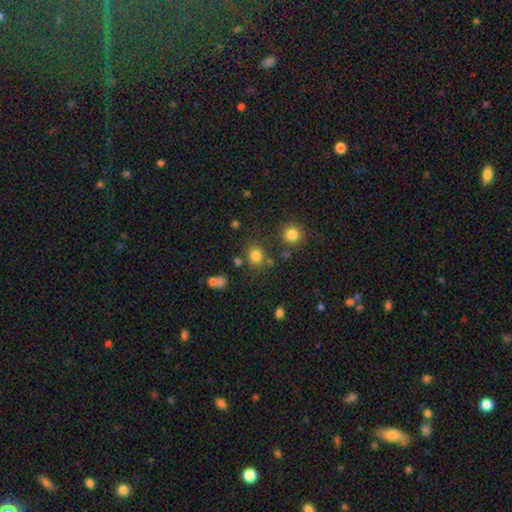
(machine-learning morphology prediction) This appears to be a smooth galaxy with no disk features (78%) that is round (84%). Merging: none (76%).